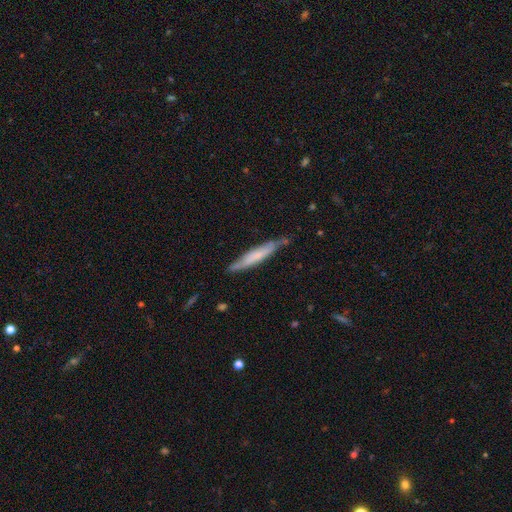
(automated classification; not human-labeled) Smooth or featured: smooth — 55% (featured or disk — 40%)
How rounded: cigar-shaped — 92% (in between — 7%)
Merging: none — 77% (minor disturbance — 18%)